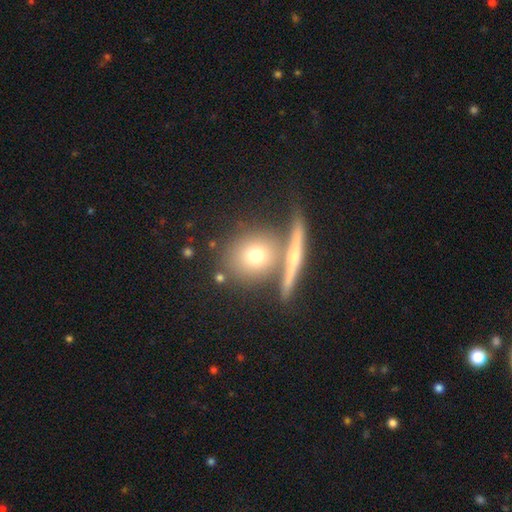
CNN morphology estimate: type=smooth (66%); roundness=round (80%); merging=none (65%).